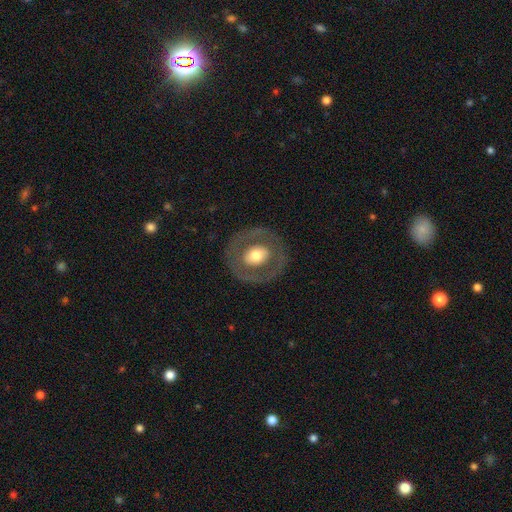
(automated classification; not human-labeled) The model was most divided on "smooth or featured": featured or disk: 50%, smooth: 44%, star or artifact: 6%. More confident: edge-on disk — no (94%); merging — none (82%).